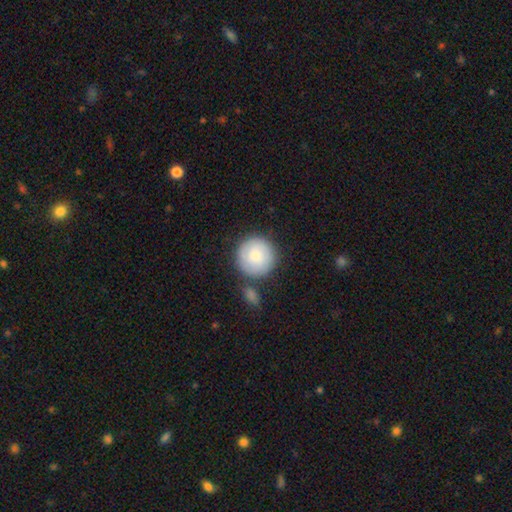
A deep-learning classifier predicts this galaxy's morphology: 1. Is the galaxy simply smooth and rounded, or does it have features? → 80% smooth, 14% featured or disk, 6% star or artifact.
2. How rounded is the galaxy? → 96% round, 3% in between, 1% cigar-shaped.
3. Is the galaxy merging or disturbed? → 72% none, 12% merger, 12% minor disturbance, 4% major disturbance.